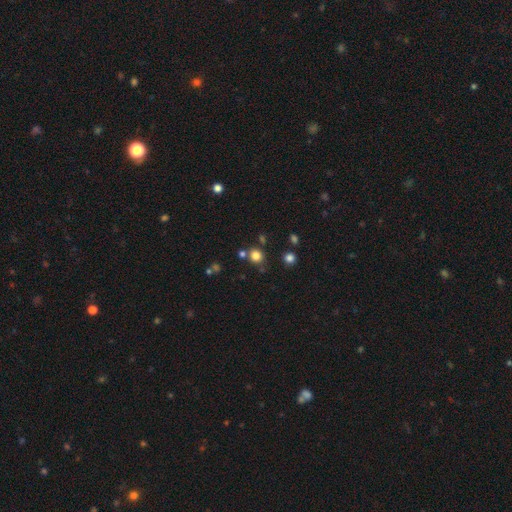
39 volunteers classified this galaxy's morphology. smooth_or_featured: smooth (p=0.85) [alt: featured or disk p=0.10]
how_rounded: round (p=0.85) [alt: in between p=0.15]
merging: none (p=0.81) [alt: merger p=0.11]